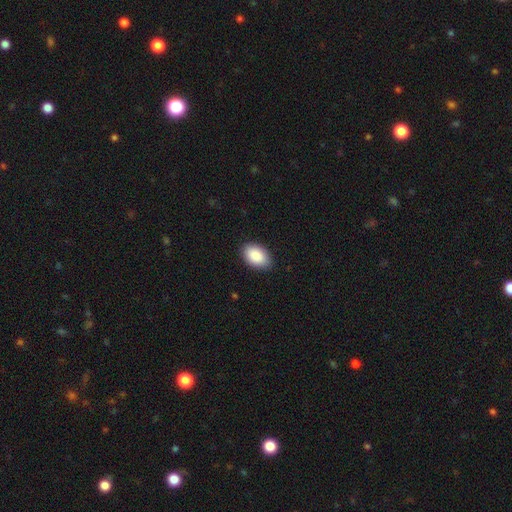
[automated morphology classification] Smooth or featured? smooth (90%)
How rounded? in between (92%)
Merging? none (87%)